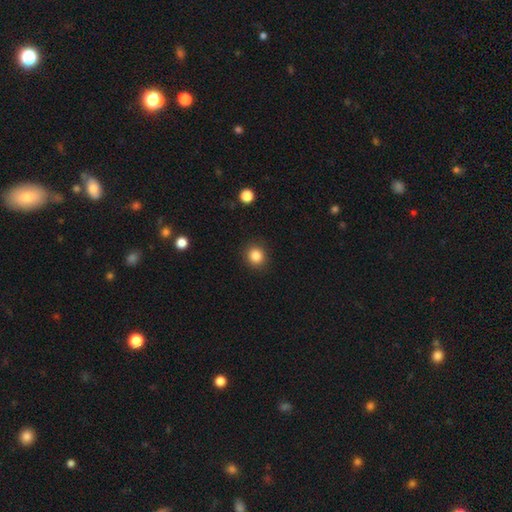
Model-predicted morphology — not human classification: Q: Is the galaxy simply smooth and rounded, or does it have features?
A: smooth — 85%.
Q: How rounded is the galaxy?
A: round — 86%.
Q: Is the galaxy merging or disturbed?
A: none — 91%.